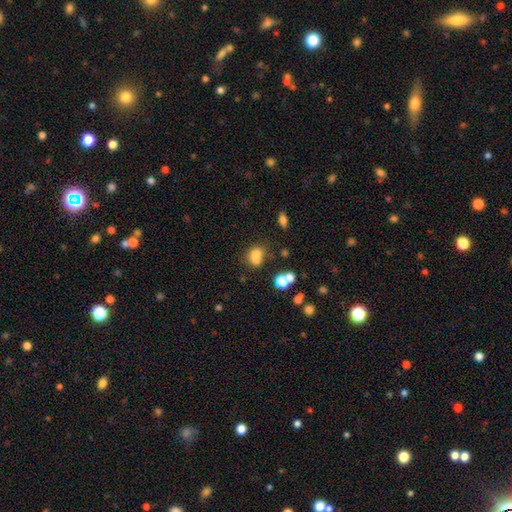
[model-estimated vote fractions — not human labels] The model was most divided on "how rounded": round: 50%, in between: 49%, cigar-shaped: 1%. Remaining: smooth or featured — smooth (72%); merging — merger (43%).